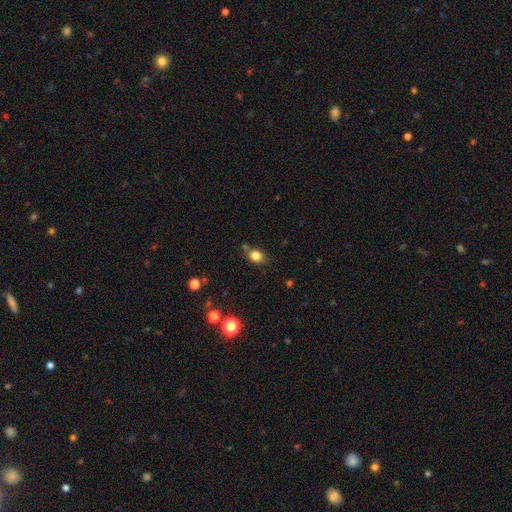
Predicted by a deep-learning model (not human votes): Smooth or featured: smooth — 81% (star or artifact — 12%)
How rounded: round — 58% (in between — 41%)
Merging: none — 73% (minor disturbance — 17%)